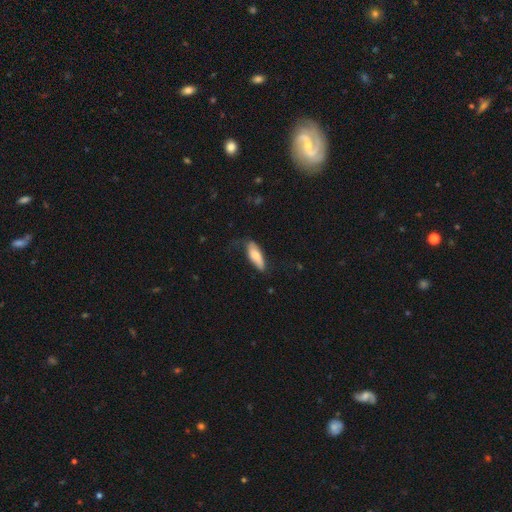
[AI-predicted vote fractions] A smooth galaxy with no disk features (74%) that is in between round and cigar-shaped (60%). Merging: none (60%).